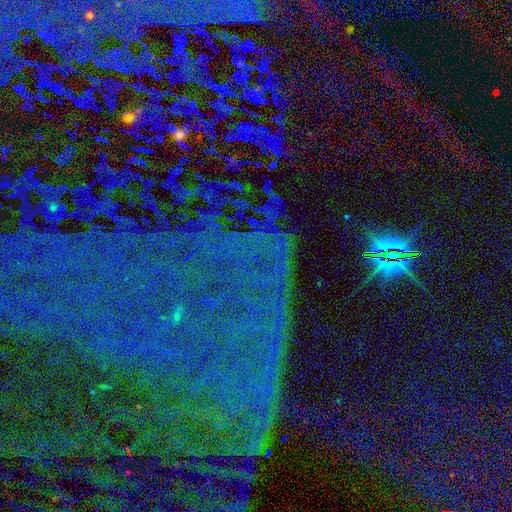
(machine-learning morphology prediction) Q: Smooth or featured?
A: star or artifact (85%); runner-up: featured or disk (7%)